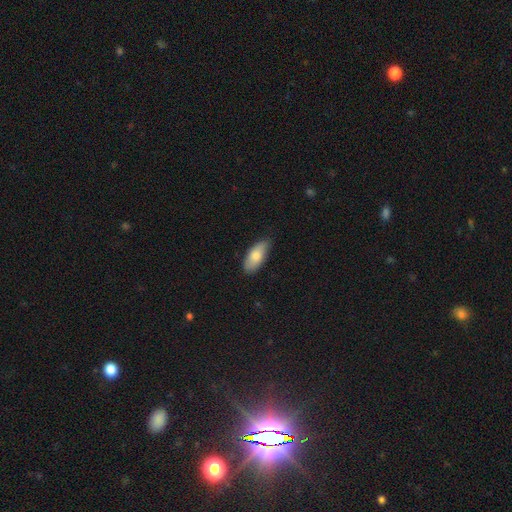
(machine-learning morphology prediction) The model was most divided on "merging": none: 77%, minor disturbance: 20%, major disturbance: 3%, merger: 1%. More confident: how rounded — in between (87%); smooth or featured — smooth (80%).